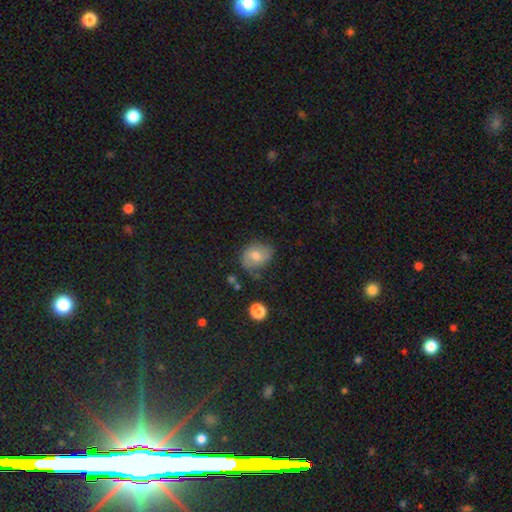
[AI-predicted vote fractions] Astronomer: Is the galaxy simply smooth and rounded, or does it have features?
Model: smooth — 60%.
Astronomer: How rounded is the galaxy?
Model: in between — 52% (runner-up: round, 47%).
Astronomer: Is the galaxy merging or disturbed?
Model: none — 61%.